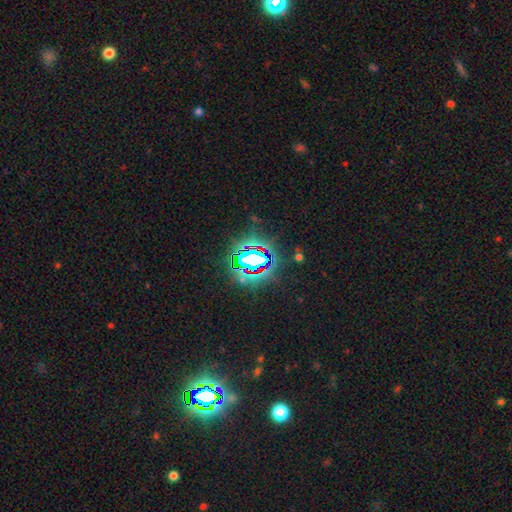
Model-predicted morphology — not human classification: Smooth or featured?
  - star or artifact: 76% *
  - smooth: 13%
  - featured or disk: 10%